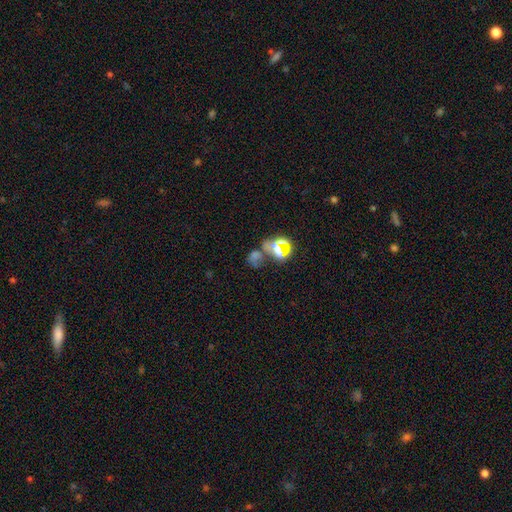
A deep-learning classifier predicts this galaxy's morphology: Overall: star or artifact (51%; smooth 30%).